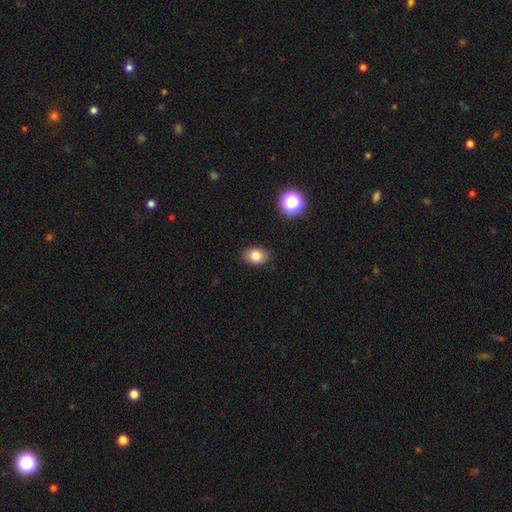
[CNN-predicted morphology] Overall: smooth (82%). How rounded: in between (71%). Merging: none (87%).